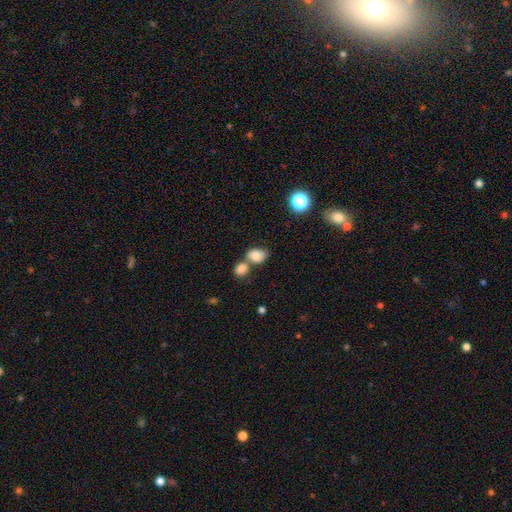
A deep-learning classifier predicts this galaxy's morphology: smooth_or_featured: smooth (p=0.82) [alt: star or artifact p=0.09]
how_rounded: in between (p=0.73) [alt: round p=0.26]
merging: merger (p=0.47) [alt: none p=0.38]